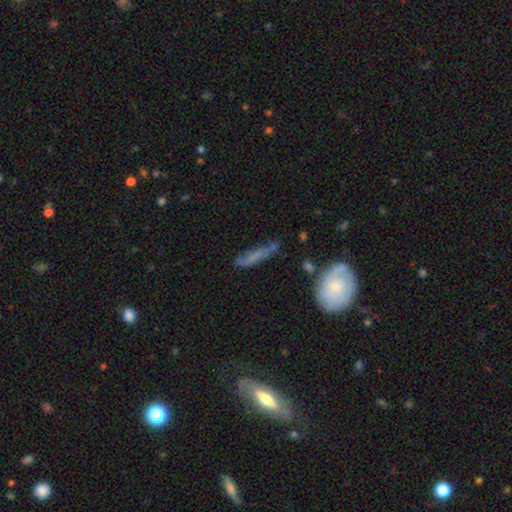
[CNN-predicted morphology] smooth-or-featured: smooth: 51% | featured or disk: 36% | star or artifact: 13%
  how-rounded: cigar-shaped: 78% | in between: 17% | round: 5%
  merging: none: 67% | minor disturbance: 20% | major disturbance: 7% | merger: 5%